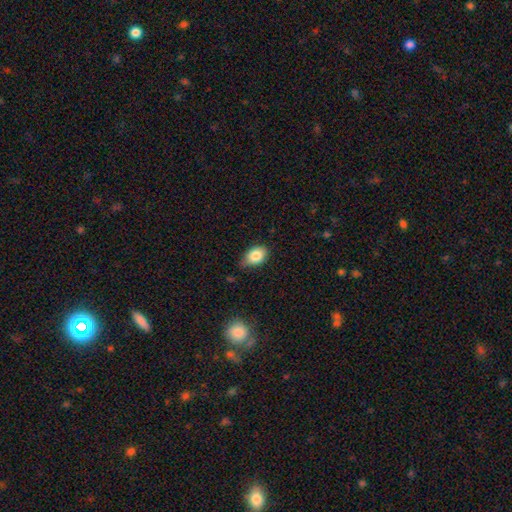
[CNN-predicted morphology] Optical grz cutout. It shows a smooth galaxy with no disk features (84%) that is in between round and cigar-shaped (81%). Merging: none (66%).